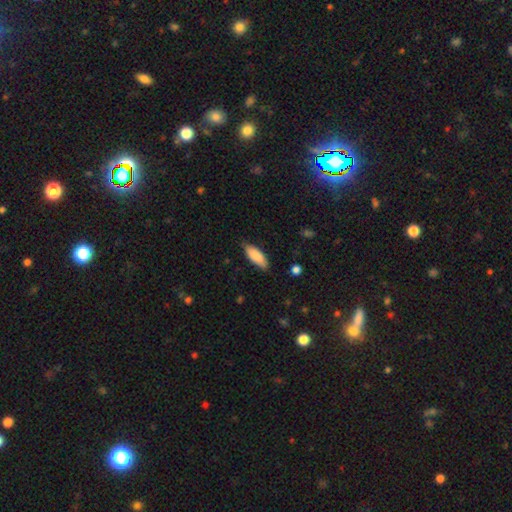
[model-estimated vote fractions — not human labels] Q: Smooth or featured?
A: smooth (86%); runner-up: featured or disk (9%)
Q: How rounded?
A: in between (72%); runner-up: cigar-shaped (27%)
Q: Merging?
A: none (78%); runner-up: minor disturbance (19%)